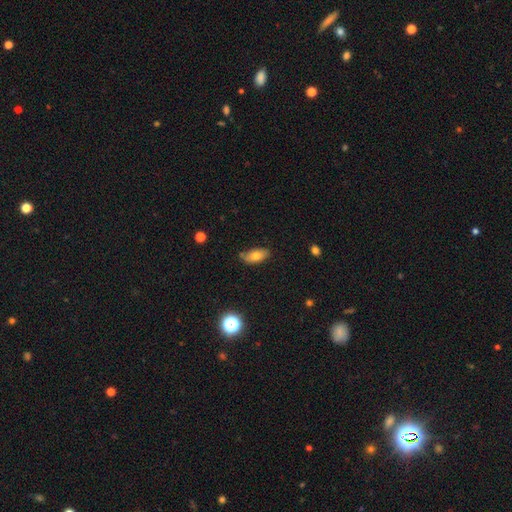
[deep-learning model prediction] smooth_or_featured: smooth (p=0.73) [alt: featured or disk p=0.18]
how_rounded: in between (p=0.88) [alt: cigar-shaped p=0.08]
merging: none (p=0.76) [alt: minor disturbance p=0.18]